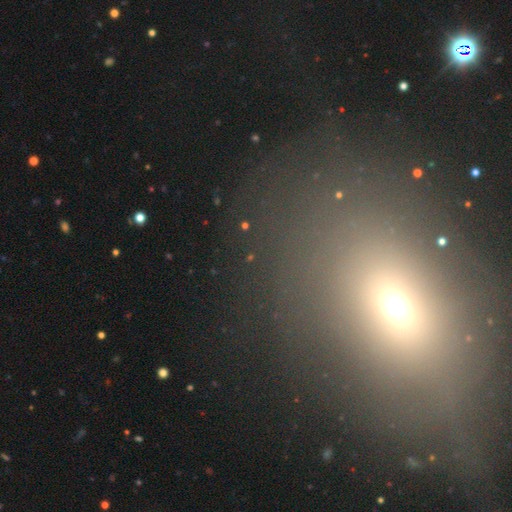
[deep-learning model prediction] smooth_or_featured: star or artifact (p=0.47) [alt: smooth p=0.40]